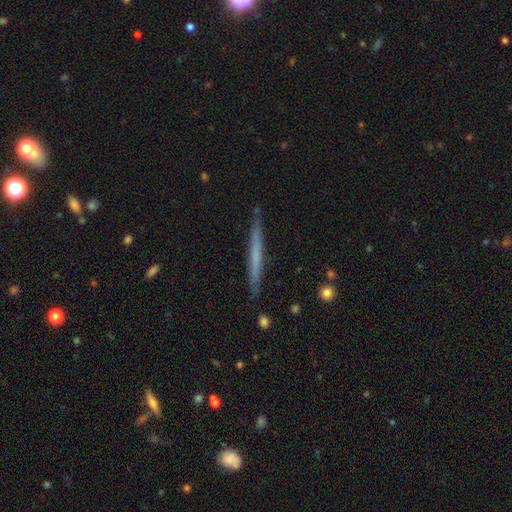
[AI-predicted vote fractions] The model was most divided on "smooth or featured": smooth: 49%, featured or disk: 46%, star or artifact: 6%. More confident: merging — none (89%).